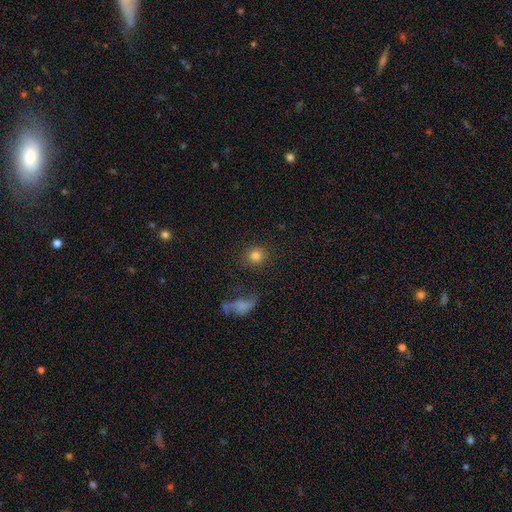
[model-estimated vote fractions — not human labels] Smooth or featured: smooth — 80% (star or artifact — 12%)
How rounded: round — 87% (in between — 12%)
Merging: none — 86% (minor disturbance — 7%)